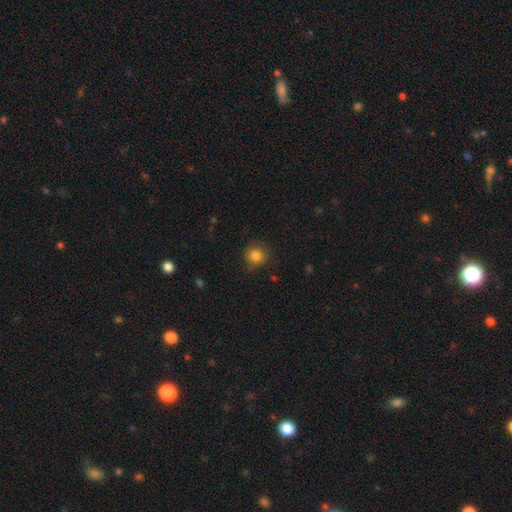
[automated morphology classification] A smooth galaxy with no disk features (83%) that is round (90%). Merging: none (84%).